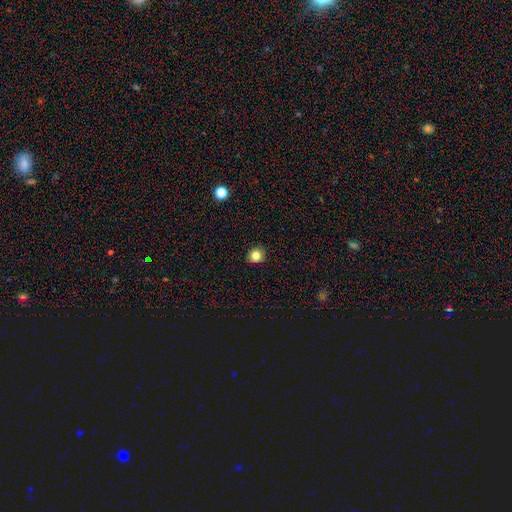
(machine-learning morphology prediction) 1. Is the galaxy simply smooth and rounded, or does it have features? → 82% smooth, 12% star or artifact, 7% featured or disk.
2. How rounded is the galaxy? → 83% round, 16% in between, 1% cigar-shaped.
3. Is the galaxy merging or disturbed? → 91% none, 6% minor disturbance, 2% major disturbance, 1% merger.